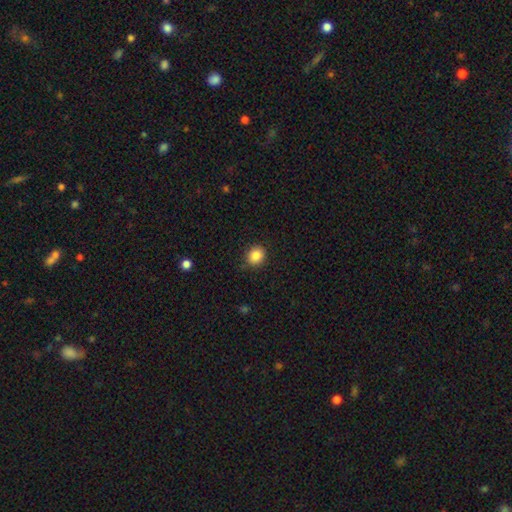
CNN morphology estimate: smooth_or_featured: smooth (p=0.86) [alt: star or artifact p=0.10]
how_rounded: round (p=0.78) [alt: in between p=0.21]
merging: none (p=0.88) [alt: minor disturbance p=0.08]